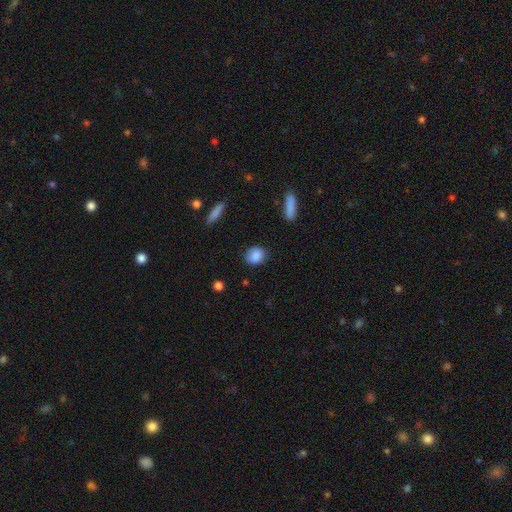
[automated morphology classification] Overall: smooth (87%). How rounded: round (62%; in between 36%). Merging: none (84%).